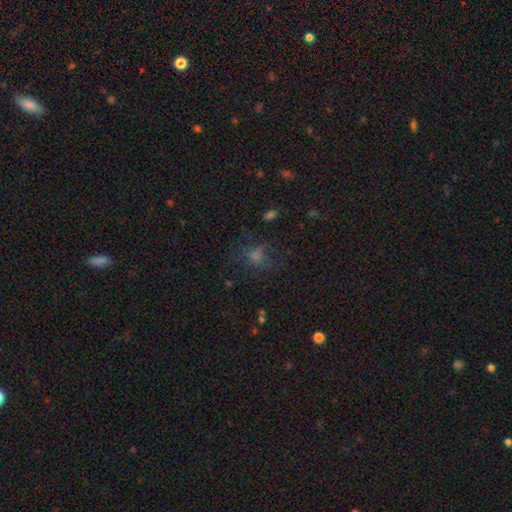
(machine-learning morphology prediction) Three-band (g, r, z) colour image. It shows a smooth galaxy with no disk features (47%). Merging: none (59%).